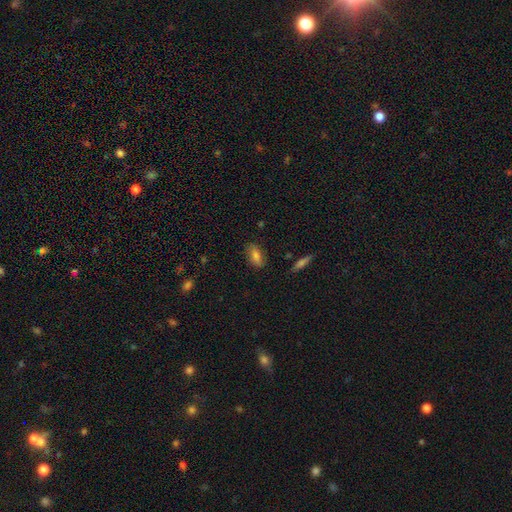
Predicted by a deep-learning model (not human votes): Overall: smooth (79%). How rounded: in between (85%). Merging: none (80%).